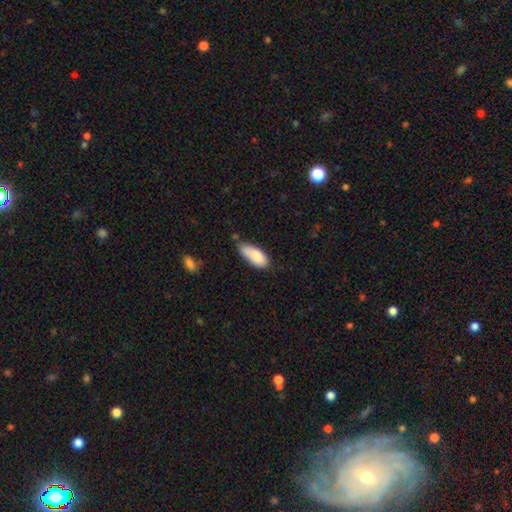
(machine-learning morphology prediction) type=smooth (84%); roundness=in between (84%); merging=none (49%).